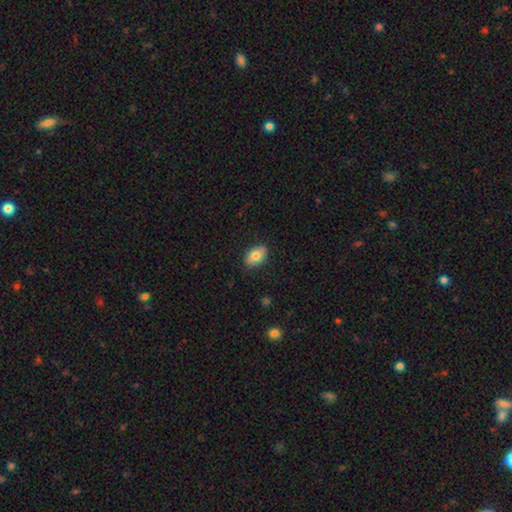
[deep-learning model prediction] smooth 78%, featured or disk 15%, star or artifact 7%. Down the decision tree: how rounded — in between (85%); merging — none (85%).